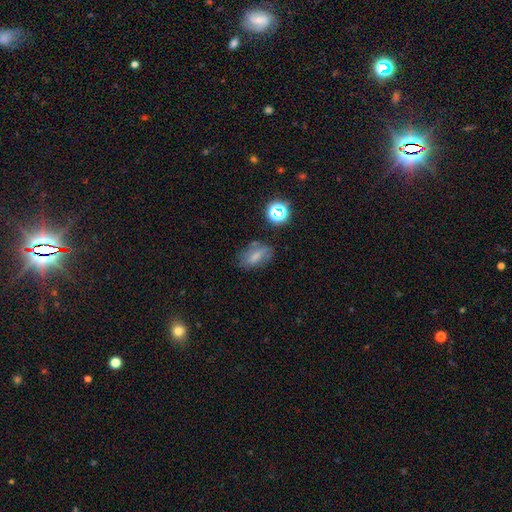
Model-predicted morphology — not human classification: smooth-or-featured: smooth: 59% | featured or disk: 24% | star or artifact: 17%
  how-rounded: in between: 76% | round: 12% | cigar-shaped: 12%
  merging: none: 61% | minor disturbance: 24% | major disturbance: 10% | merger: 5%